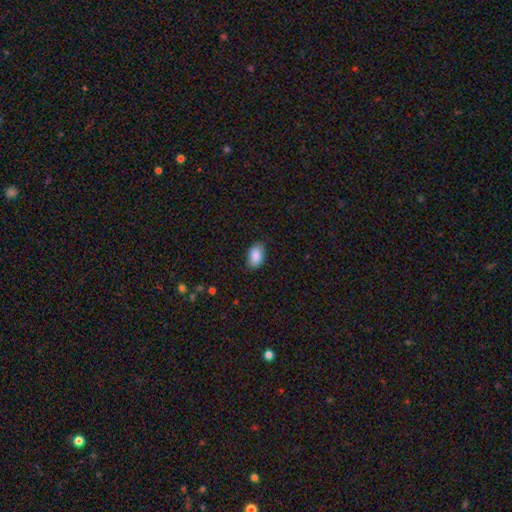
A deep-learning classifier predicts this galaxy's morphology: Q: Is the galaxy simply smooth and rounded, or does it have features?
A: smooth — 88%.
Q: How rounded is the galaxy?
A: in between — 90%.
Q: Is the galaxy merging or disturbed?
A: none — 81%.